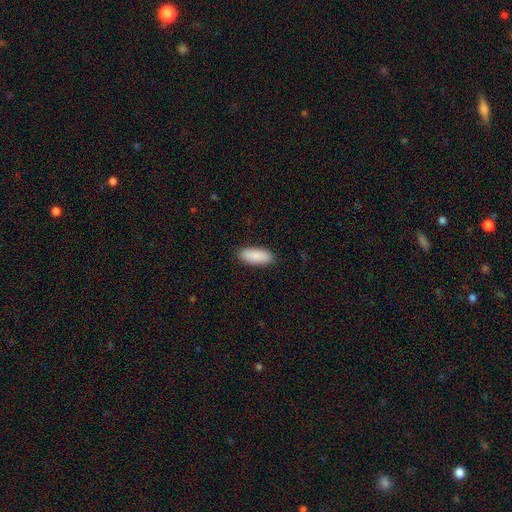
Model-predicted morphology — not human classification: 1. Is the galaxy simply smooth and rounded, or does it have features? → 89% smooth, 6% star or artifact, 5% featured or disk.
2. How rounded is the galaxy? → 83% in between, 15% cigar-shaped, 2% round.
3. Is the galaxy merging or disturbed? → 89% none, 9% minor disturbance, 2% major disturbance, 1% merger.